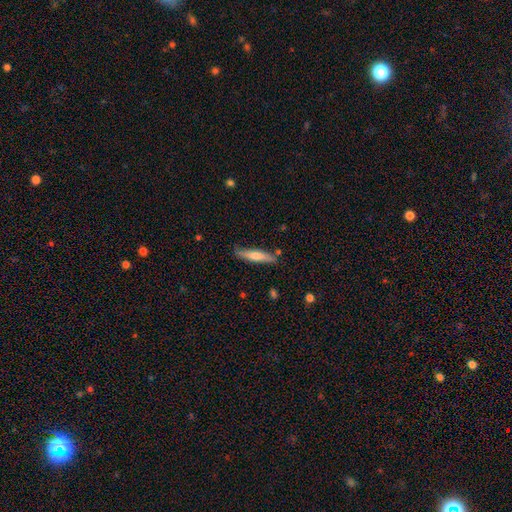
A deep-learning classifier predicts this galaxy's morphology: Smooth or featured? Predicted: smooth (p=0.55). How rounded? Predicted: cigar-shaped (p=0.88). Merging? Predicted: none (p=0.81).